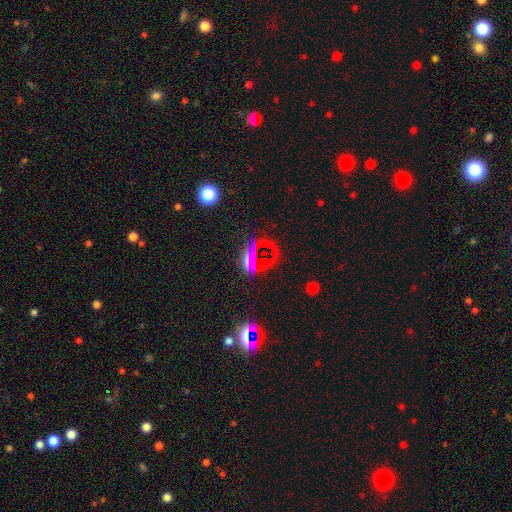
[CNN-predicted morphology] A star or artifact, not a galaxy (65%).